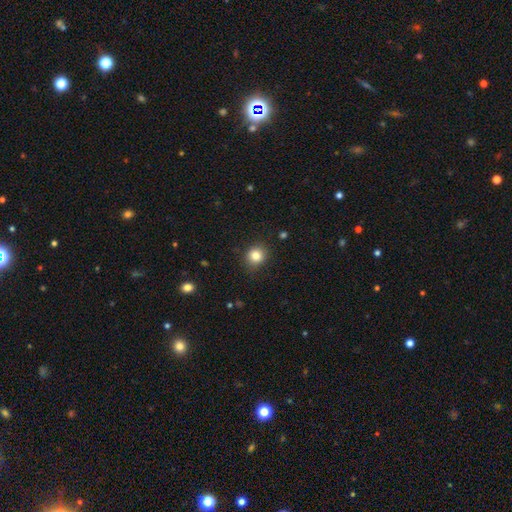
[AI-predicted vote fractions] Morphology: type=smooth (84%); roundness=round (84%); merging=none (86%).